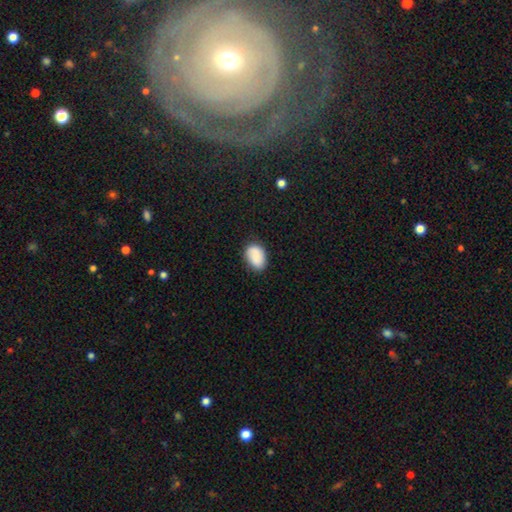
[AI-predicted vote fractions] Overall: smooth (87%). How rounded: in between (84%). Merging: none (79%).